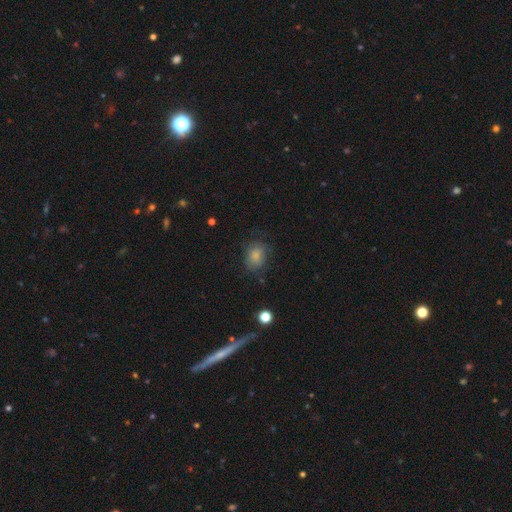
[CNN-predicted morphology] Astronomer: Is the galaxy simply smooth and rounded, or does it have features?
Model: smooth — 80%.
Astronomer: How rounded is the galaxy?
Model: in between — 53% (runner-up: round, 46%).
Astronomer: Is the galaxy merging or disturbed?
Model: none — 66%.